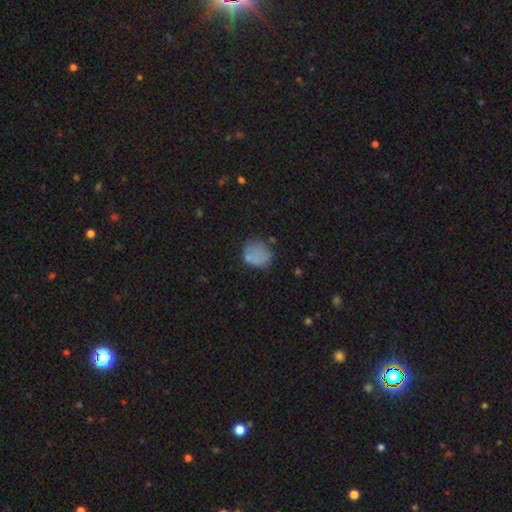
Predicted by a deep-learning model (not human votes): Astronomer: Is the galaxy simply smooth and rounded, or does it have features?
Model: smooth — 74%.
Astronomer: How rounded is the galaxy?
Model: round — 71%.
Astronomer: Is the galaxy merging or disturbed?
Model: none — 59%.